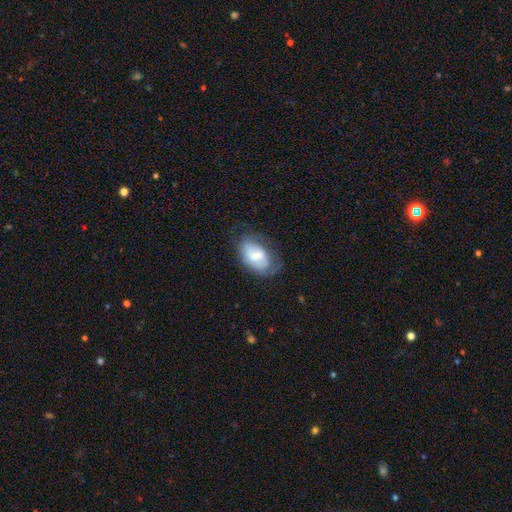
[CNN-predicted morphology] This is possibly a smooth galaxy (57%). How rounded: clearly in between (90%). Merging: possibly none (53%).